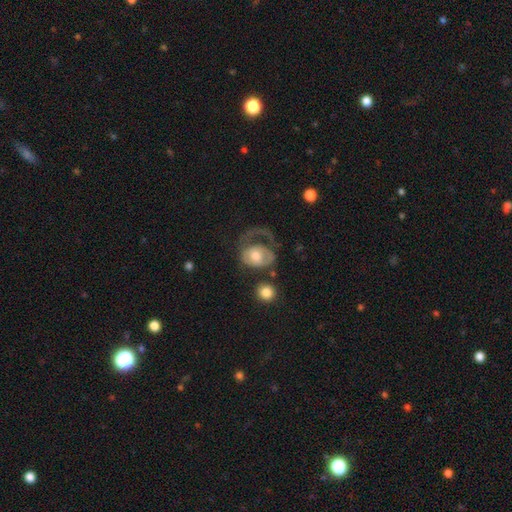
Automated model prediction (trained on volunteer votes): smooth_or_featured: featured or disk (p=0.54) [alt: smooth p=0.40]
disk_edge_on: no (p=0.96) [alt: yes p=0.04]
bar: no (p=0.77) [alt: weak p=0.19]
has_spiral_arms: yes (p=0.60) [alt: no p=0.40]
bulge_size: moderate (p=0.63) [alt: small p=0.16]
merging: major disturbance (p=0.56) [alt: none p=0.22]